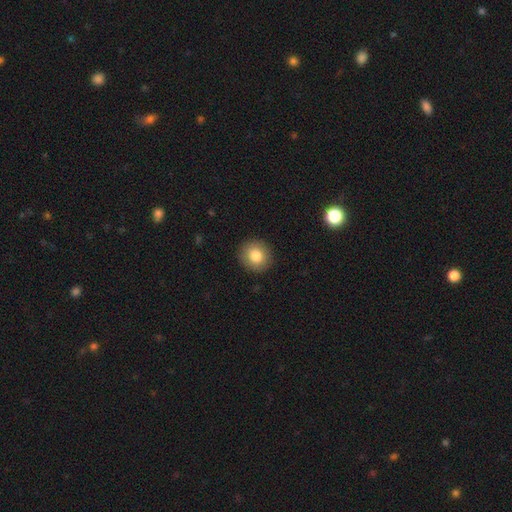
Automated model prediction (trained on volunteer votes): This is clearly a smooth galaxy (82%). How rounded: clearly round (90%). Merging: clearly none (91%).